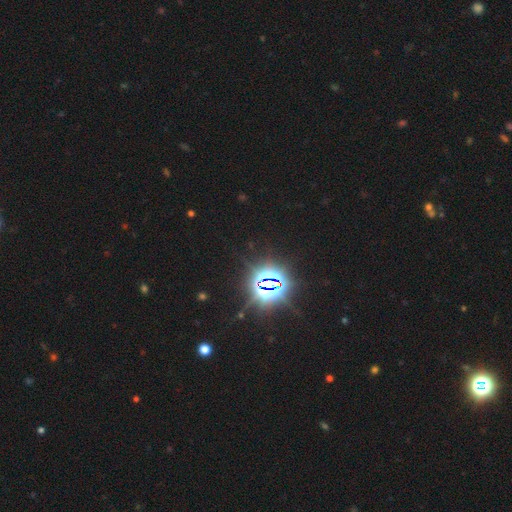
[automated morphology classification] Smooth or featured: star or artifact — 86% (smooth — 9%)